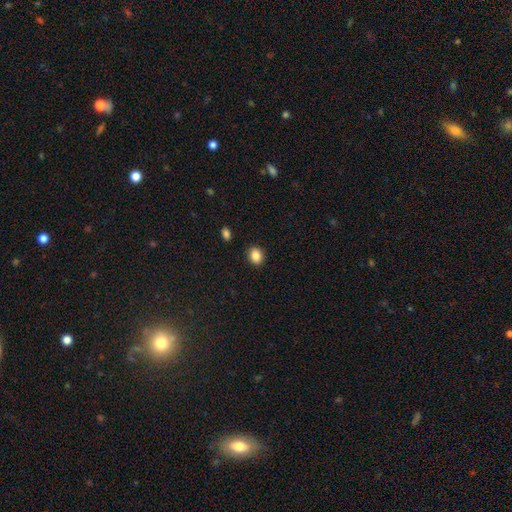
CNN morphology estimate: Smooth or featured?
  - smooth: 86% *
  - star or artifact: 9%
  - featured or disk: 5%
How rounded?
  - round: 57% *
  - in between: 42%
  - cigar-shaped: 1%
Merging?
  - none: 90% *
  - minor disturbance: 7%
  - major disturbance: 2%
  - merger: 1%